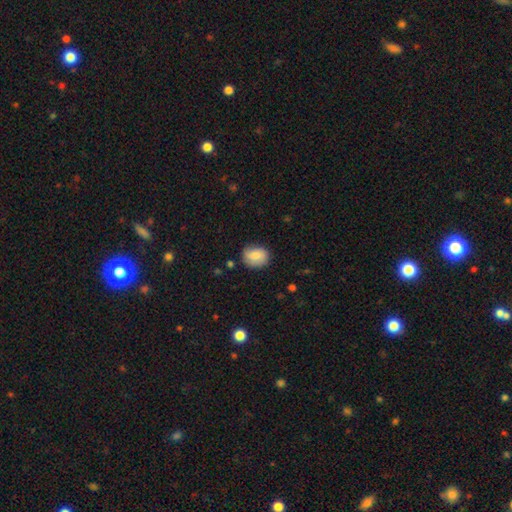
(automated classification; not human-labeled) Smooth or featured? smooth (79%)
How rounded? round (52%)
Merging? none (76%)